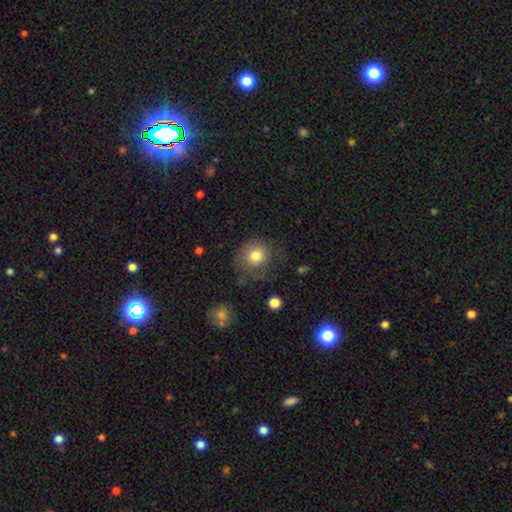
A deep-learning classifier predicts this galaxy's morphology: Smooth or featured? Predicted: smooth (p=0.79). How rounded? Predicted: round (p=0.82). Merging? Predicted: none (p=0.65).